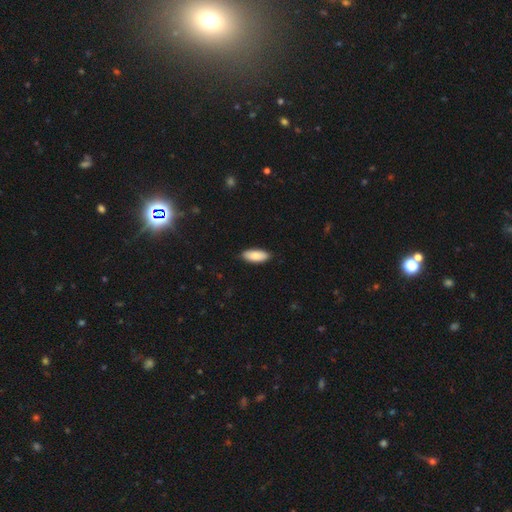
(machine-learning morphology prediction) Smooth or featured? Predicted: smooth (p=0.84). How rounded? Predicted: in between (p=0.84). Merging? Predicted: none (p=0.88).